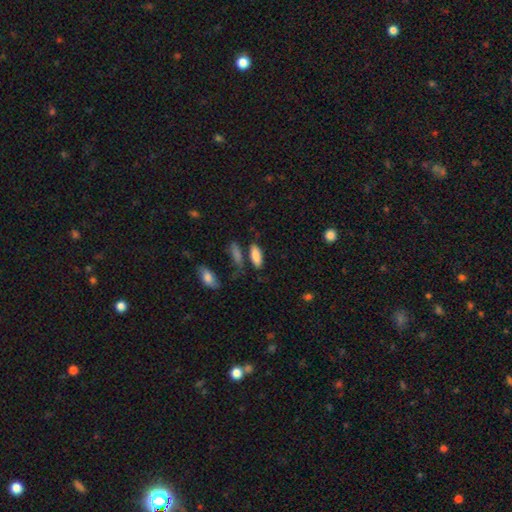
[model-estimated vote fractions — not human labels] smooth-or-featured: smooth: 84% | featured or disk: 8% | star or artifact: 7%
  how-rounded: in between: 67% | cigar-shaped: 30% | round: 3%
  merging: none: 71% | minor disturbance: 14% | merger: 10% | major disturbance: 5%